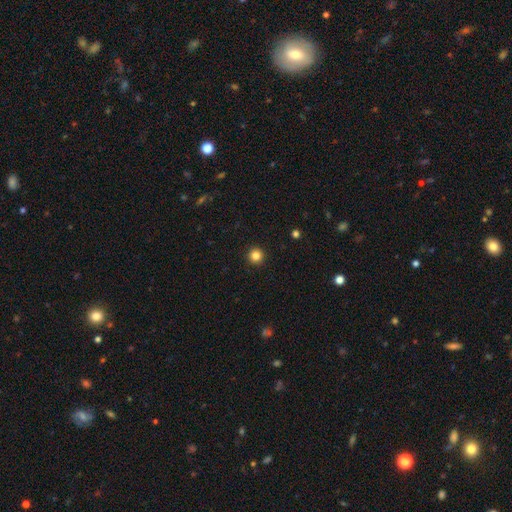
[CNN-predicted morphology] smooth 83%, star or artifact 12%, featured or disk 4%. Down the decision tree: how rounded — round (96%); merging — none (94%).